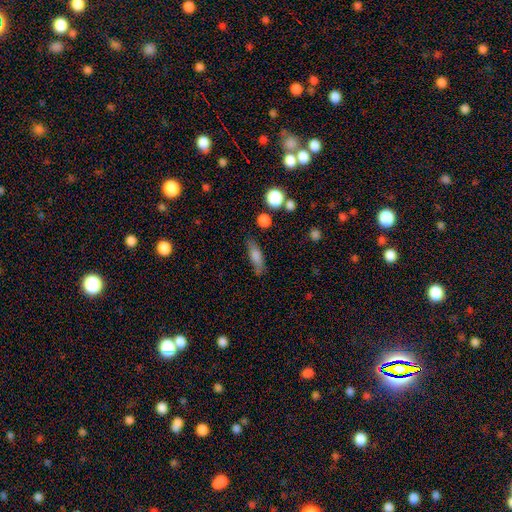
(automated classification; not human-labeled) This appears to be a smooth galaxy with no disk features (74%) that is cigar-shaped (49%). Merging: none (70%).